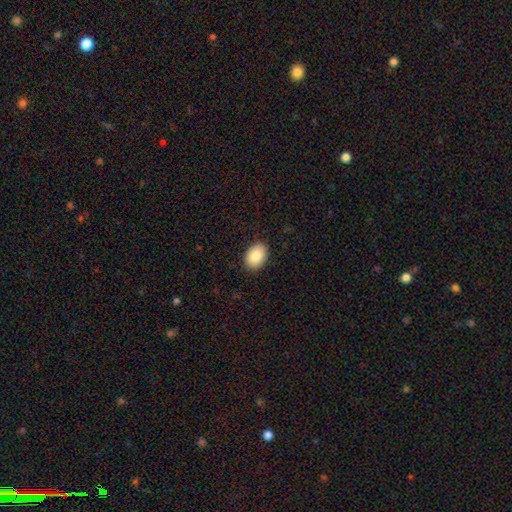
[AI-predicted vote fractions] Q: Smooth or featured?
A: smooth (86%); runner-up: featured or disk (7%)
Q: How rounded?
A: in between (77%); runner-up: round (22%)
Q: Merging?
A: none (89%); runner-up: minor disturbance (8%)